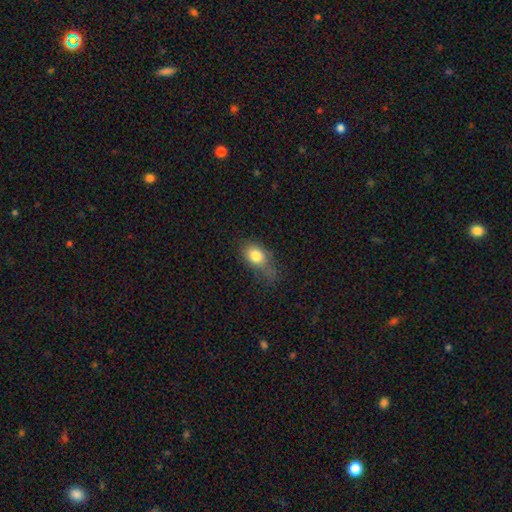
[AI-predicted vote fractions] This is clearly a smooth galaxy (80%). How rounded: likely in between (72%). Merging: marginally none (40%).